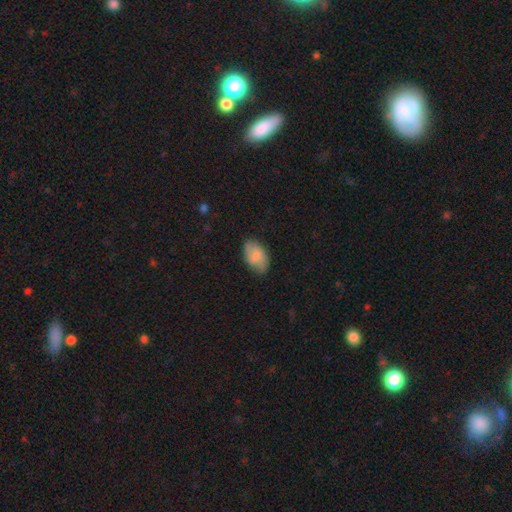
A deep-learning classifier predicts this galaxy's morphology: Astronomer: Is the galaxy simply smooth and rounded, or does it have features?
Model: smooth — 73%.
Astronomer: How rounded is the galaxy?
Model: in between — 92%.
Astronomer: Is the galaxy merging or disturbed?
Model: none — 69%.